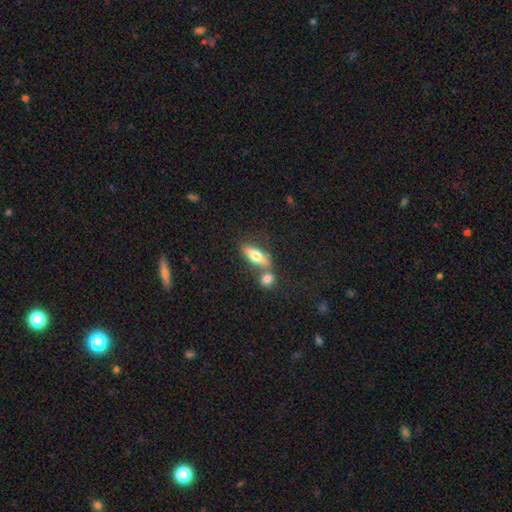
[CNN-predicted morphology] smooth_or_featured: smooth (p=0.58) [alt: featured or disk p=0.36]
how_rounded: in between (p=0.52) [alt: cigar-shaped p=0.43]
merging: none (p=0.53) [alt: merger p=0.33]